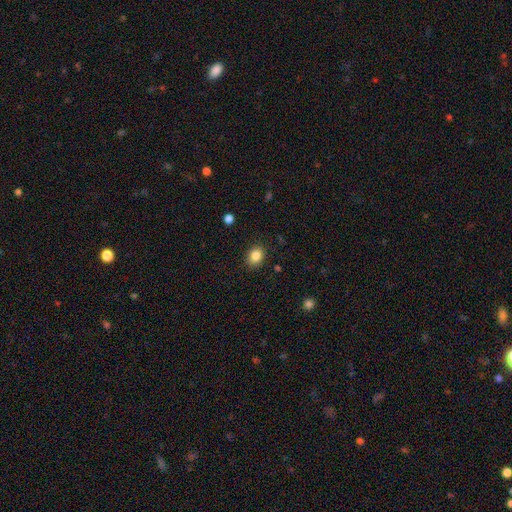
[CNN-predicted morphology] smooth 85%, star or artifact 10%, featured or disk 5%. Down the decision tree: how rounded — round (50%); merging — none (88%).